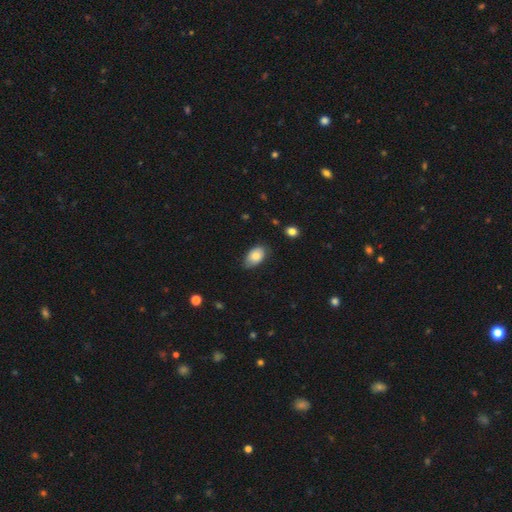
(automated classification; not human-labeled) A smooth galaxy with no disk features (78%) that is in between round and cigar-shaped (91%). Merging: none (74%).